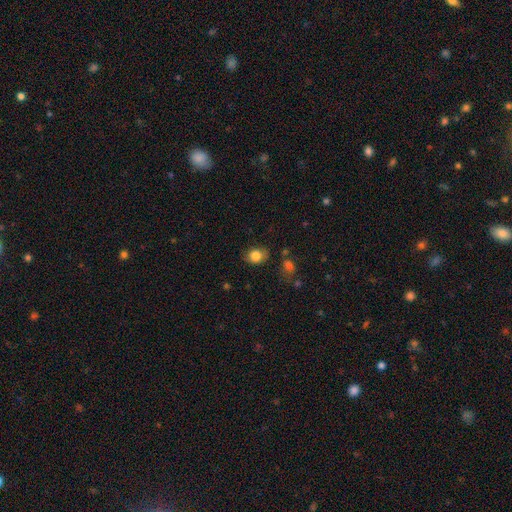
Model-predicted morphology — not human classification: Q: Smooth or featured?
A: smooth (83%); runner-up: star or artifact (9%)
Q: How rounded?
A: in between (53%); runner-up: round (46%)
Q: Merging?
A: none (77%); runner-up: minor disturbance (16%)